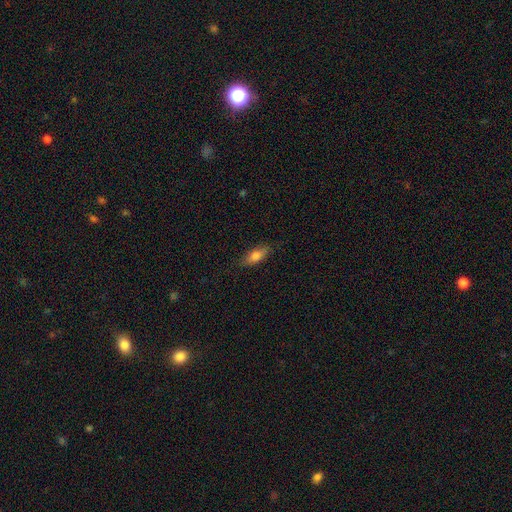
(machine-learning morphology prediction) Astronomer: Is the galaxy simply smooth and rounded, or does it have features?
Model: smooth — 74%.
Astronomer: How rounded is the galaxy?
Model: in between — 73%.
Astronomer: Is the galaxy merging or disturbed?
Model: none — 83%.